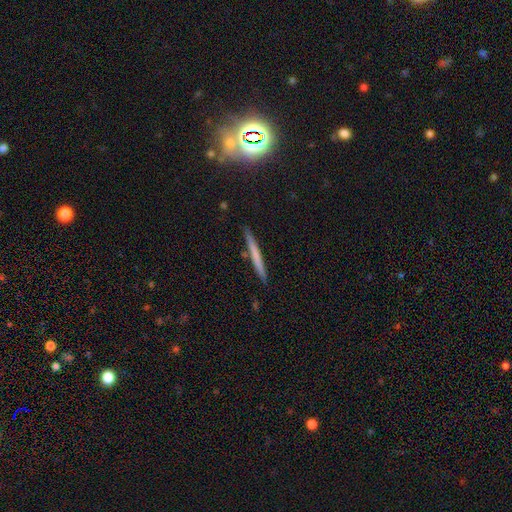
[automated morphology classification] type=smooth (58%); roundness=cigar-shaped (97%); merging=none (89%).